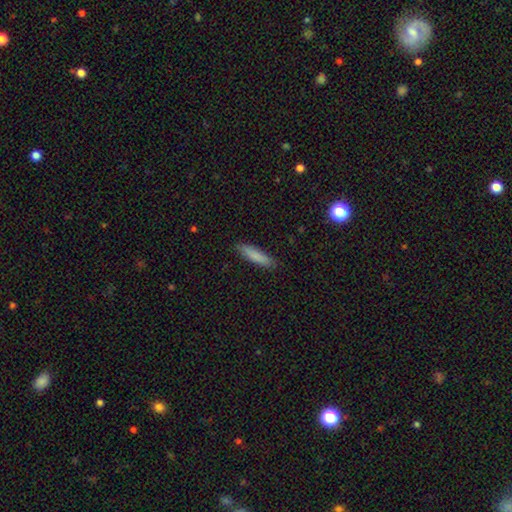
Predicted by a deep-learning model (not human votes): The model was most divided on "how rounded": cigar-shaped: 80%, in between: 18%, round: 1%. More confident: merging — none (88%); smooth or featured — smooth (84%).